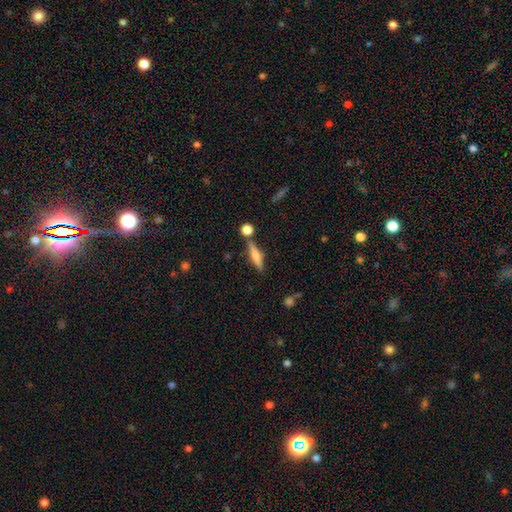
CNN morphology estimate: Smooth or featured? smooth (47%)
Merging? none (75%)